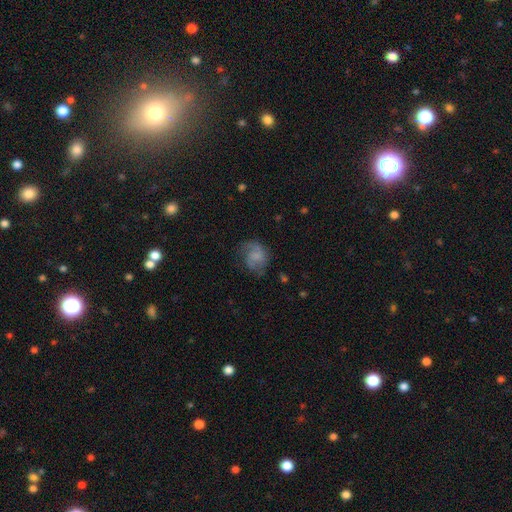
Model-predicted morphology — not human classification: Q: Smooth or featured?
A: smooth (48%); runner-up: featured or disk (43%)
Q: Merging?
A: none (54%); runner-up: minor disturbance (25%)